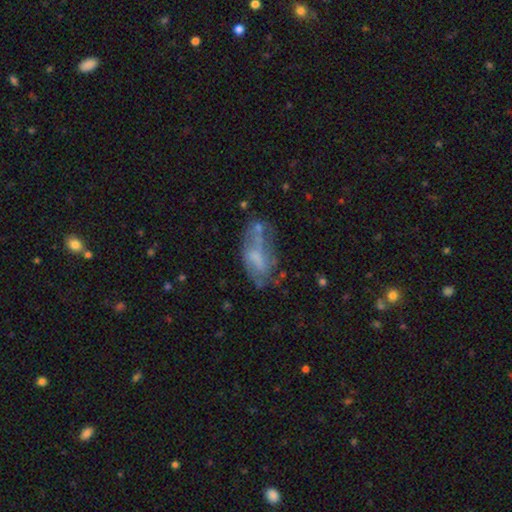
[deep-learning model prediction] Smooth or featured: featured or disk — 47% (smooth — 41%)
Merging: none — 38% (minor disturbance — 25%)